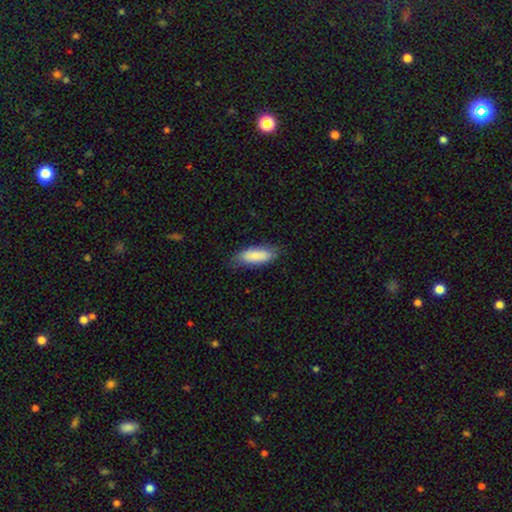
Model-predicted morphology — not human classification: Smooth or featured? smooth (83%)
How rounded? in between (71%)
Merging? none (75%)